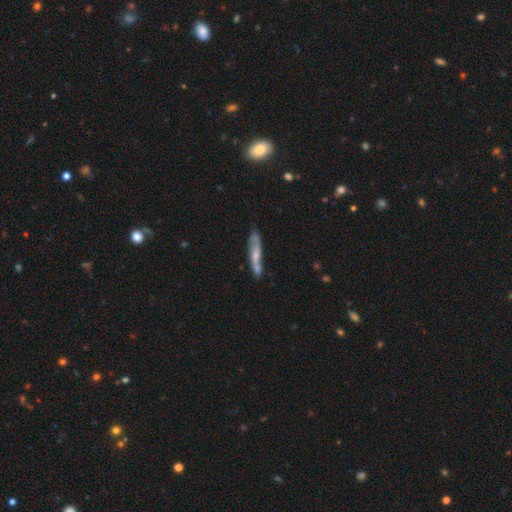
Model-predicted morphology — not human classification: smooth_or_featured: featured or disk (p=0.48) [alt: smooth p=0.45]
merging: none (p=0.62) [alt: minor disturbance p=0.23]